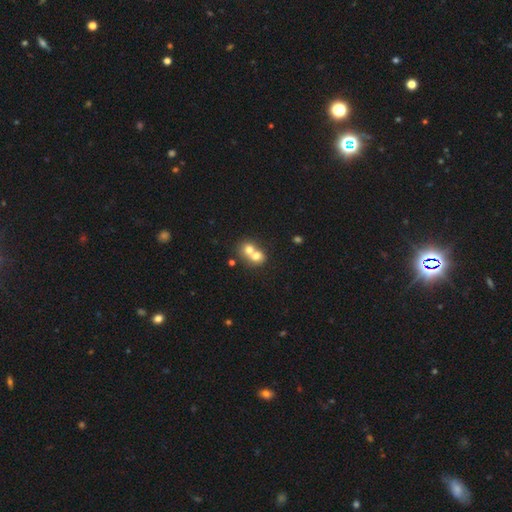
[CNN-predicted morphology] smooth 69%, featured or disk 21%, star or artifact 10%. Down the decision tree: how rounded — round (67%); merging — merger (72%).